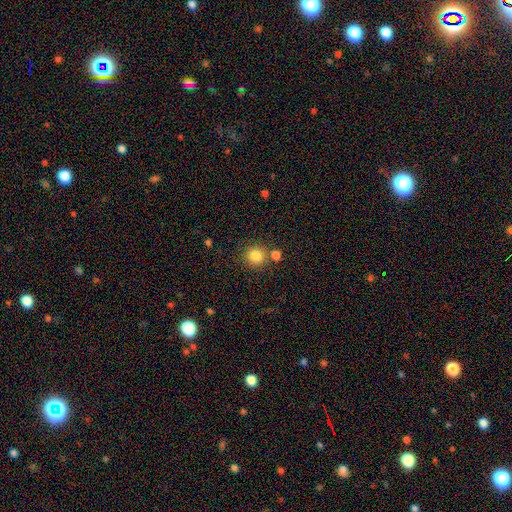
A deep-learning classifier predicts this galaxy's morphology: Smooth or featured? smooth (84%)
How rounded? round (91%)
Merging? none (76%)